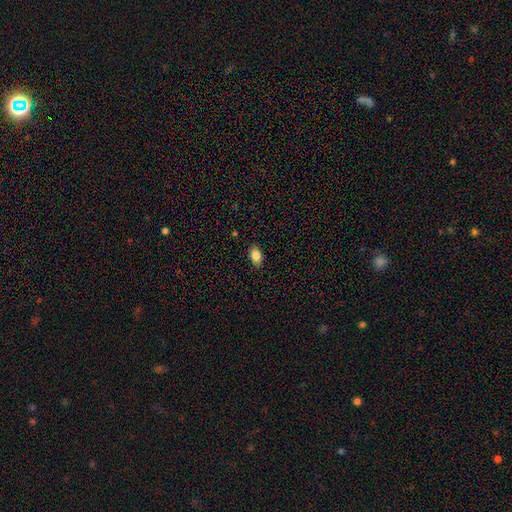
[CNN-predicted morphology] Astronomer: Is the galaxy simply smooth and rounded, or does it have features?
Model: smooth — 85%.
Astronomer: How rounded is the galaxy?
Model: in between — 88%.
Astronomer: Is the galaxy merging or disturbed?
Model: none — 88%.